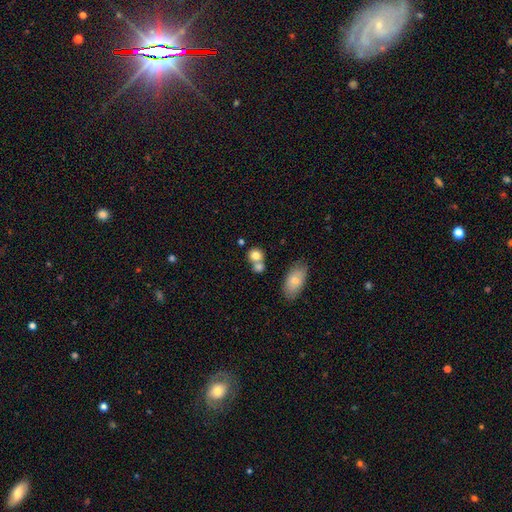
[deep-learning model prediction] A smooth galaxy with no disk features (78%) that is round (71%). Merging: merger (47%).